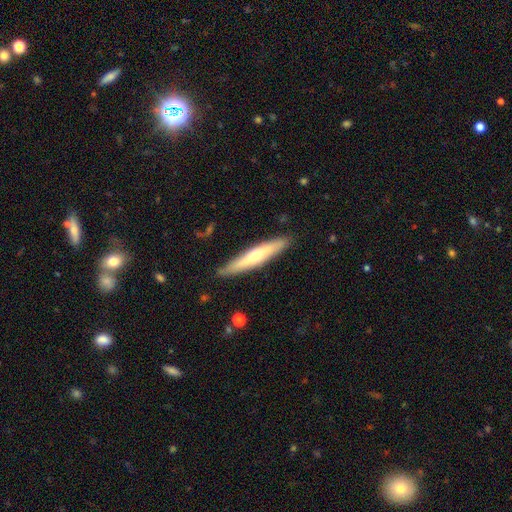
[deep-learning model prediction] Overall: featured or disk (48%; smooth 46%). Merging: none (87%).